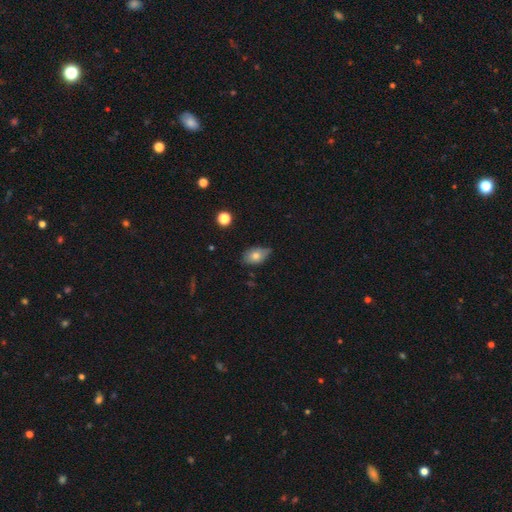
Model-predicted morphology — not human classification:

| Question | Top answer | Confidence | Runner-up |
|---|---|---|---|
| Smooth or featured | smooth | 72% | featured or disk (18%) |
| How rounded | in between | 83% | round (15%) |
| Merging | none | 56% | minor disturbance (37%) |